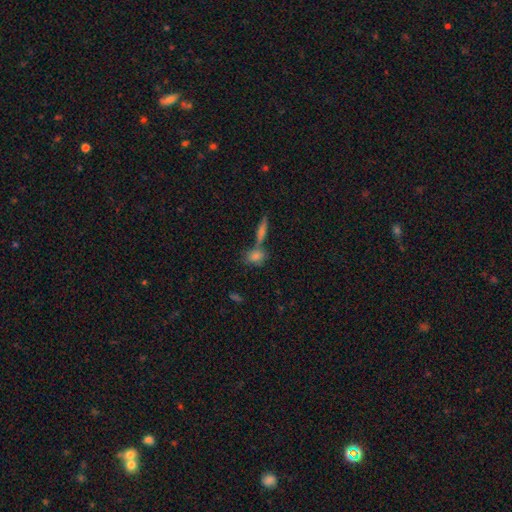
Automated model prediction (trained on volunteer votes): Q: Smooth or featured?
A: smooth (72%); runner-up: featured or disk (16%)
Q: How rounded?
A: in between (60%); runner-up: round (24%)
Q: Merging?
A: none (52%); runner-up: merger (34%)